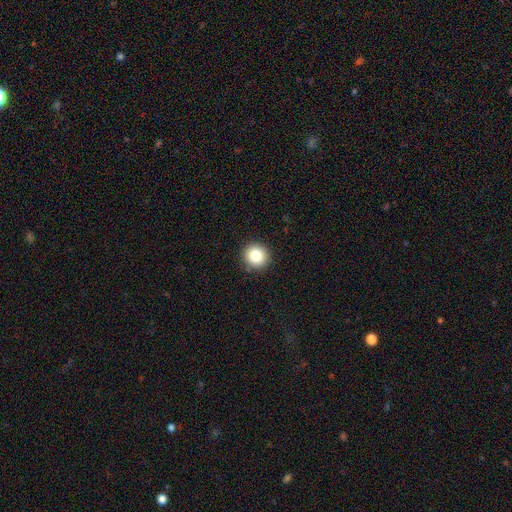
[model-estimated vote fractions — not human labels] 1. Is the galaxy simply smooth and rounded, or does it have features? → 83% smooth, 10% star or artifact, 7% featured or disk.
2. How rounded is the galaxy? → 93% round, 6% in between, 1% cigar-shaped.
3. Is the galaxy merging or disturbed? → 92% none, 6% minor disturbance, 2% major disturbance, 1% merger.